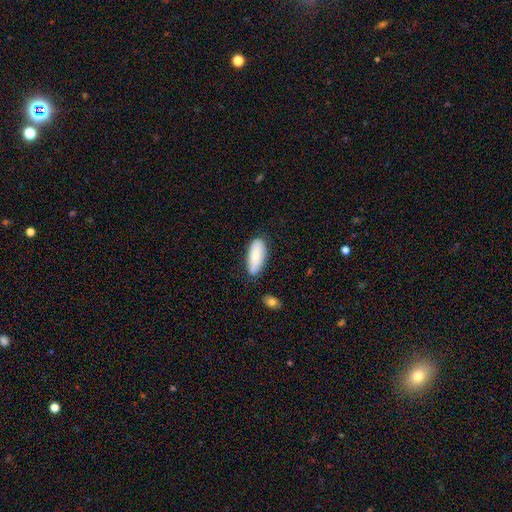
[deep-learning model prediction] smooth 79%, featured or disk 15%, star or artifact 6%. Down the decision tree: how rounded — in between (81%); merging — none (76%).